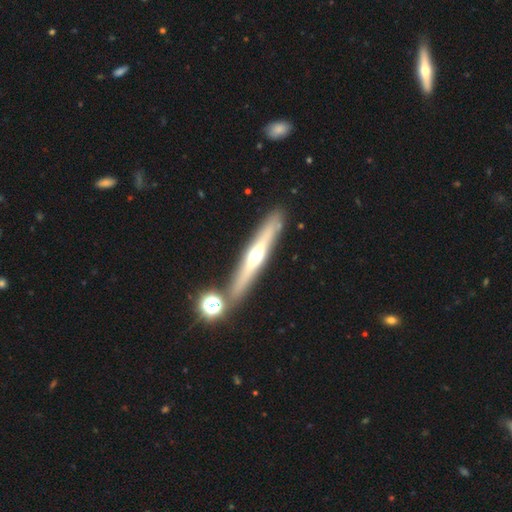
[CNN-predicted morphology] smooth-or-featured: featured or disk: 62% | smooth: 30% | star or artifact: 8%
  disk-edge-on: yes: 92% | no: 8%
    edge-on-bulge: rounded: 87% | none: 10% | boxy: 4%
  merging: none: 82% | minor disturbance: 9% | merger: 6% | major disturbance: 2%